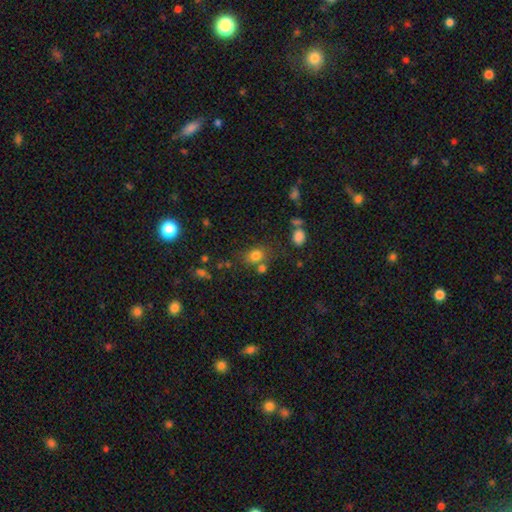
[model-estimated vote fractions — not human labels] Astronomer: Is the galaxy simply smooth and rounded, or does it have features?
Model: smooth — 77%.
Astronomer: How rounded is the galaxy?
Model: round — 50% (runner-up: in between, 49%).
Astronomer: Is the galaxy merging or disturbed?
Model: none — 61%.